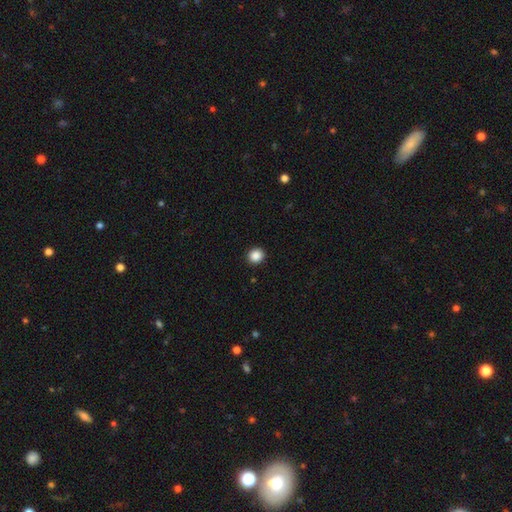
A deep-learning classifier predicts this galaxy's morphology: A smooth galaxy with no disk features (88%) that is round (88%).

Vote fractions:
- Smooth or featured? smooth: 88% / star or artifact: 10% / featured or disk: 3%
- How rounded? round: 88% / in between: 11% / cigar-shaped: 1%
- Merging? none: 92% / minor disturbance: 5% / major disturbance: 2% / merger: 1%